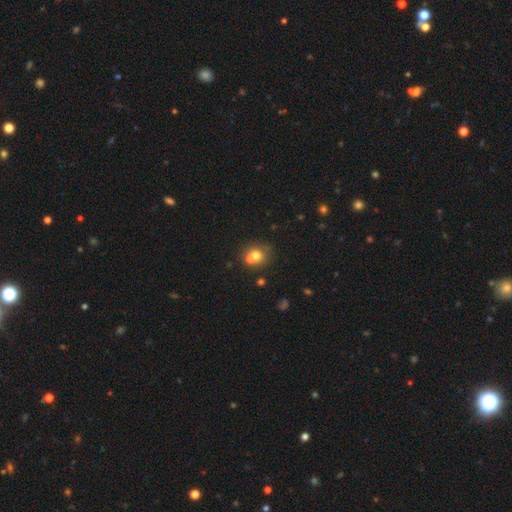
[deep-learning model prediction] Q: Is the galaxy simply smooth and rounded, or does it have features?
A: smooth — 66%.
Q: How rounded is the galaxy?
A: round — 78%.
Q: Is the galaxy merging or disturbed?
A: merger — 47%.